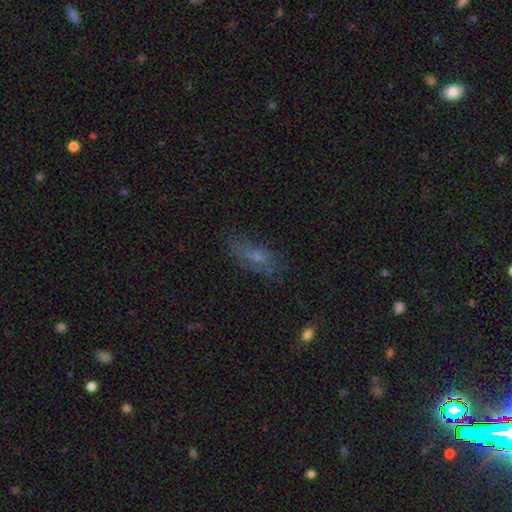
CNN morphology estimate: smooth_or_featured: smooth (p=0.53) [alt: featured or disk p=0.32]
how_rounded: in between (p=0.69) [alt: cigar-shaped p=0.26]
merging: none (p=0.59) [alt: minor disturbance p=0.24]